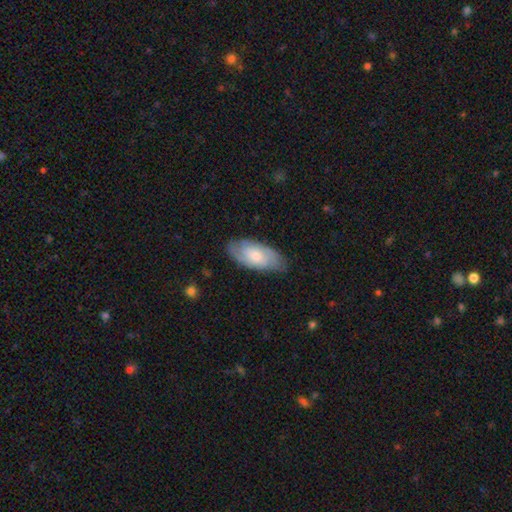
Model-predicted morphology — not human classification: Overall: featured or disk (55%; smooth 40%). Edge-on disk: no (90%). Merging: none (77%).